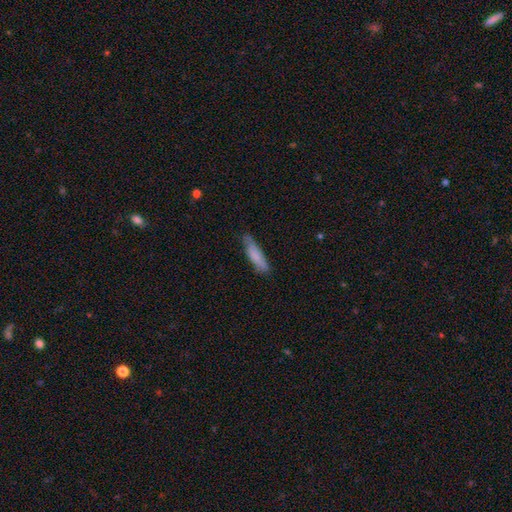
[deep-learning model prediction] This is likely a smooth galaxy (78%). How rounded: likely cigar-shaped (72%). Merging: likely none (69%).